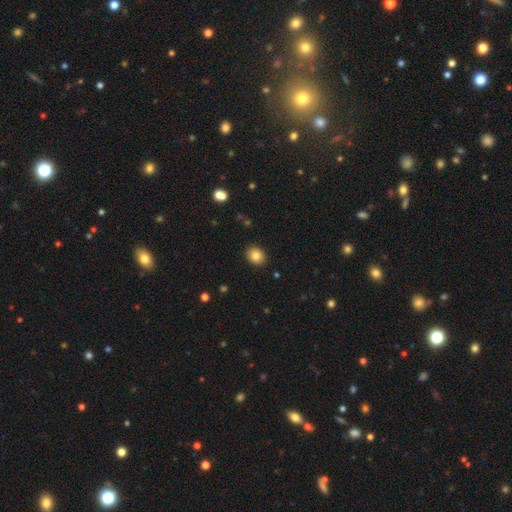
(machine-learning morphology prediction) This is clearly a smooth galaxy (83%). How rounded: likely round (61%). Merging: clearly none (90%).